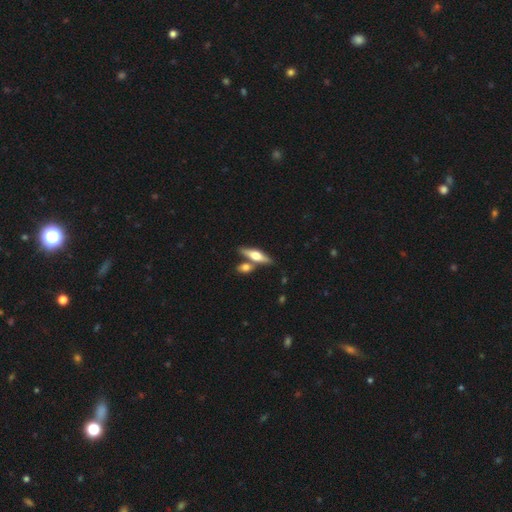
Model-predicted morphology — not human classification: Smooth or featured? Predicted: featured or disk (p=0.54). Edge-on disk? Predicted: yes (p=0.92). Merging? Predicted: none (p=0.67).